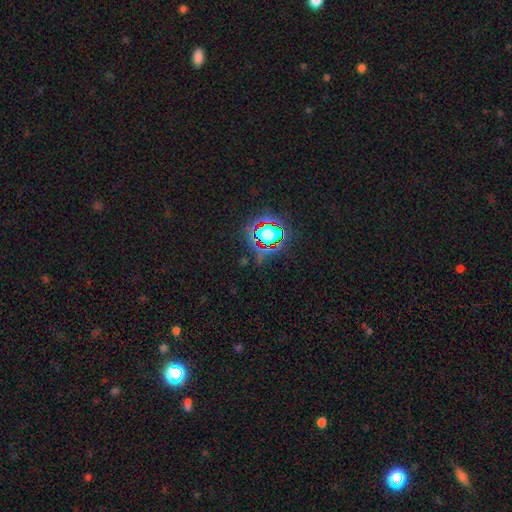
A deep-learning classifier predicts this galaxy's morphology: This appears to be a star or artifact, not a galaxy (81%).